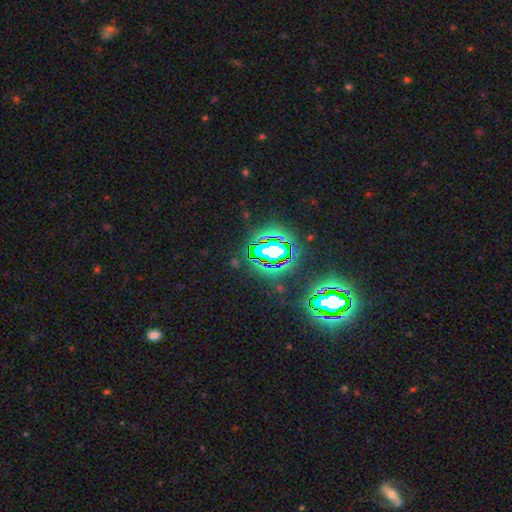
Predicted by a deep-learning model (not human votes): smooth_or_featured: star or artifact (p=0.78) [alt: smooth p=0.12]